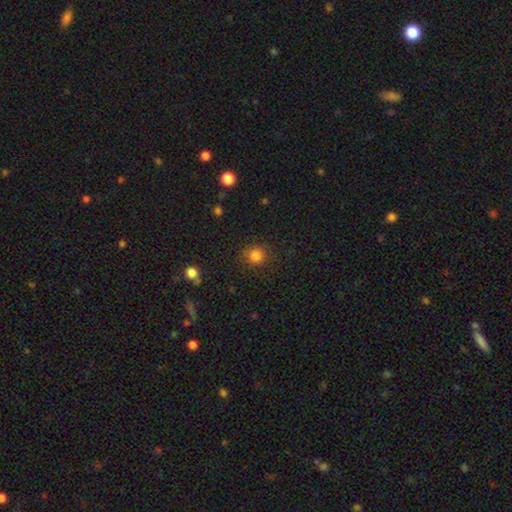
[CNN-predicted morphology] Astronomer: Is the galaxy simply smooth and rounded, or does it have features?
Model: smooth — 83%.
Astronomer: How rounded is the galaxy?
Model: round — 90%.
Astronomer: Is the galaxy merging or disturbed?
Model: none — 85%.